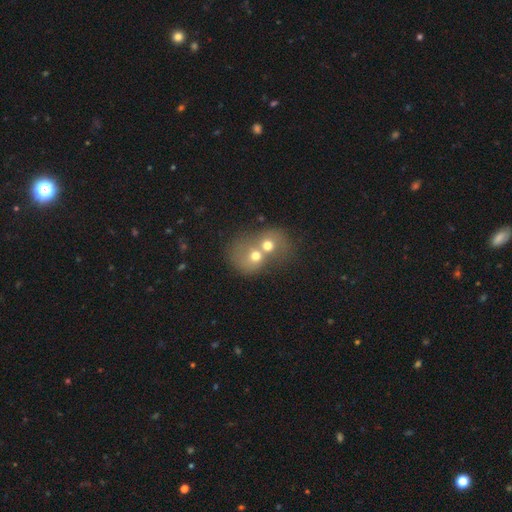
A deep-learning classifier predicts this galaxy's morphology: A smooth galaxy with no disk features (60%) that is round (67%).

Vote fractions:
- Smooth or featured? smooth: 60% / featured or disk: 28% / star or artifact: 12%
- How rounded? round: 67% / in between: 32% / cigar-shaped: 1%
- Merging? merger: 76% / none: 15% / minor disturbance: 5% / major disturbance: 4%